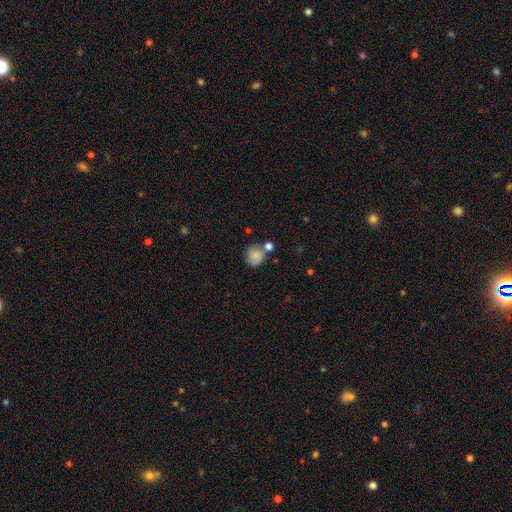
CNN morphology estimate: This appears to be a smooth galaxy with no disk features (71%) that is round (79%). Merging: none (51%).